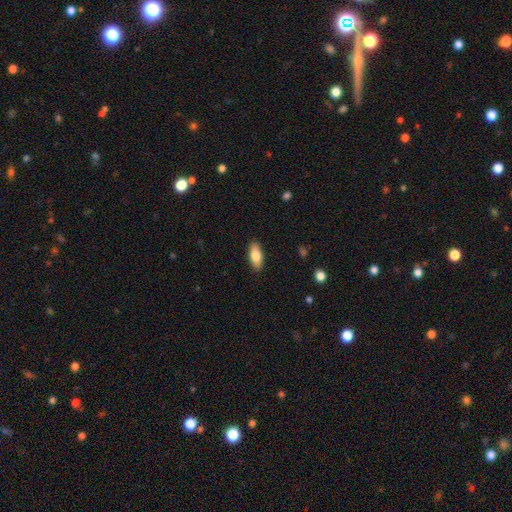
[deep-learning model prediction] Smooth or featured? Predicted: smooth (p=0.80). How rounded? Predicted: in between (p=0.82). Merging? Predicted: none (p=0.89).